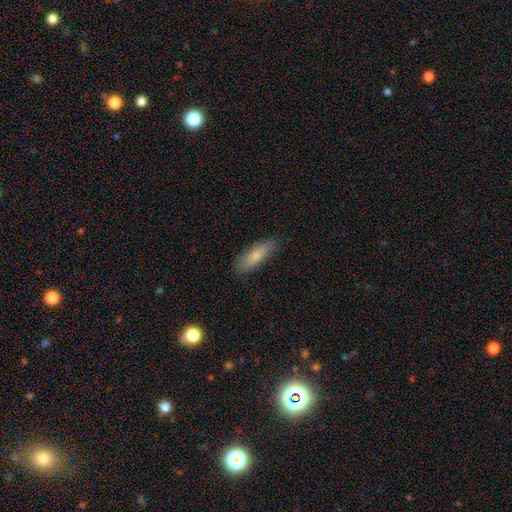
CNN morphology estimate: Smooth or featured? Predicted: smooth (p=0.78). How rounded? Predicted: in between (p=0.55). Merging? Predicted: none (p=0.82).